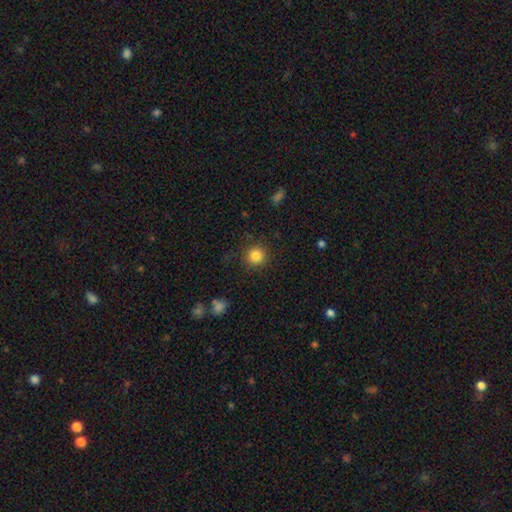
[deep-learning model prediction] This appears to be a smooth galaxy with no disk features (84%) that is round (93%). Merging: none (88%).